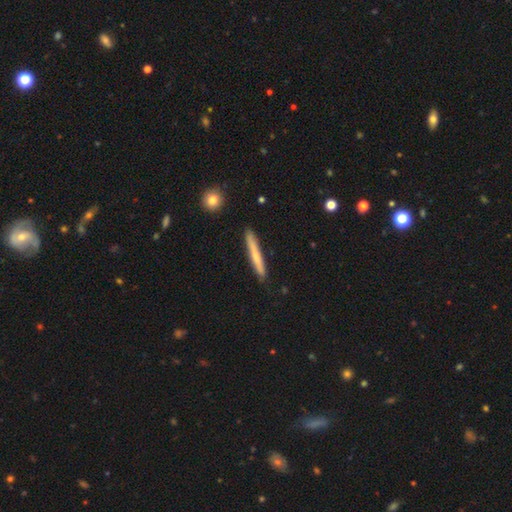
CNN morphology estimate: A smooth galaxy with no disk features (62%) that is cigar-shaped (96%).

Vote fractions:
- Smooth or featured? smooth: 62% / featured or disk: 32% / star or artifact: 5%
- How rounded? cigar-shaped: 96% / in between: 3% / round: 1%
- Merging? none: 88% / minor disturbance: 9% / major disturbance: 1% / merger: 1%